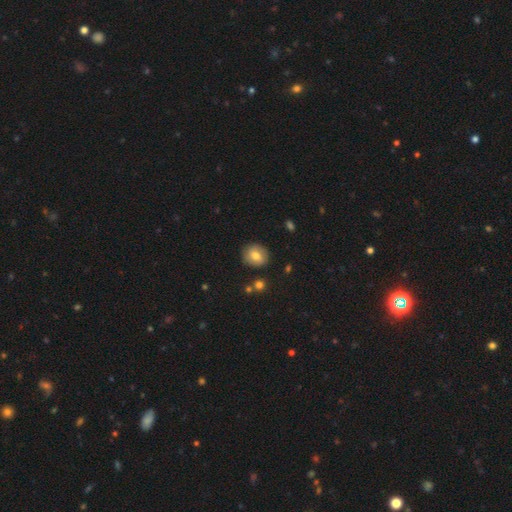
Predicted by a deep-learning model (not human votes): This is likely a smooth galaxy (71%). How rounded: likely round (78%). Merging: clearly none (84%).